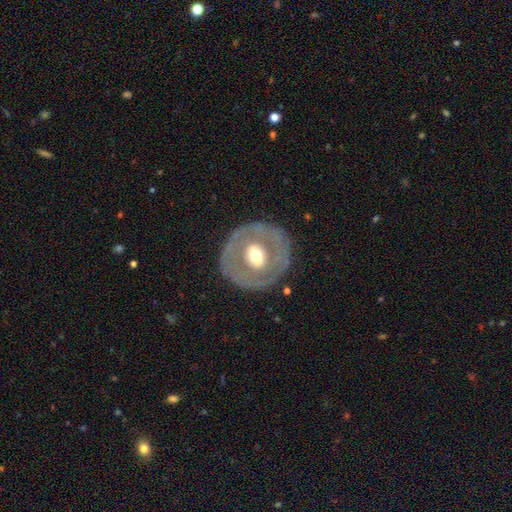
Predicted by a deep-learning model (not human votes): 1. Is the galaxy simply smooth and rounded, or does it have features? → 61% featured or disk, 34% smooth, 5% star or artifact.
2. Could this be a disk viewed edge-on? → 93% no, 7% yes.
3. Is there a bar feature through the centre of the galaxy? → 55% no, 29% weak, 17% strong.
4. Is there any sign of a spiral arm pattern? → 84% no, 16% yes.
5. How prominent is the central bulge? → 67% moderate, 19% large, 11% small, 2% dominant, 1% none.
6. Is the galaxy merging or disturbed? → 82% none, 11% minor disturbance, 6% major disturbance, 2% merger.